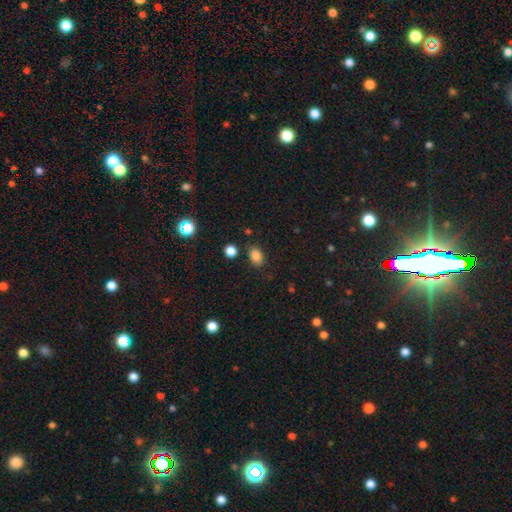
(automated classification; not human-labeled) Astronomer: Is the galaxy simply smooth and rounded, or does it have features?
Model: smooth — 84%.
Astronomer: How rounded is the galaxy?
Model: in between — 74%.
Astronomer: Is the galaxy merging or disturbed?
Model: none — 81%.